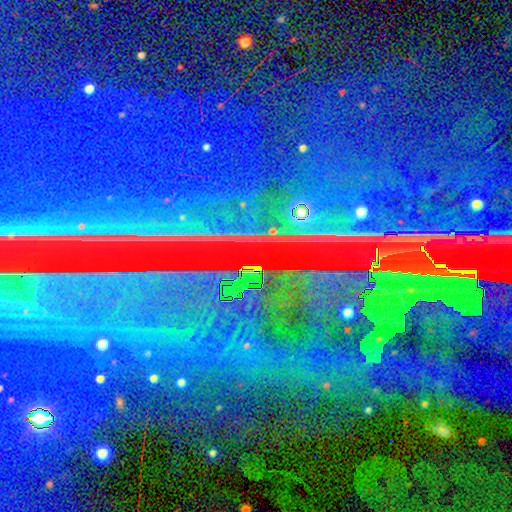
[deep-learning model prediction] Morphology: type=star or artifact (81%).